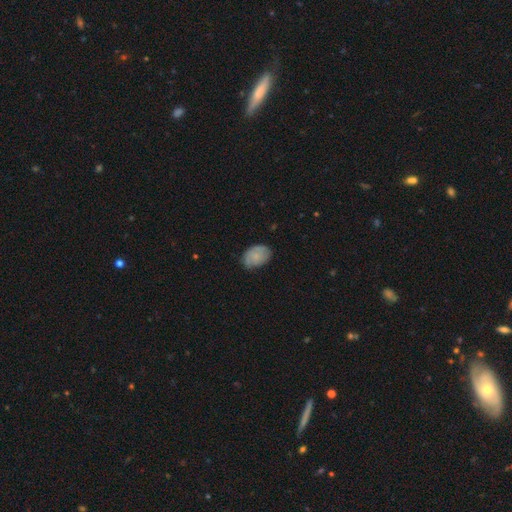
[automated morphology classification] smooth-or-featured: smooth: 72% | featured or disk: 20% | star or artifact: 8%
  how-rounded: in between: 82% | round: 17% | cigar-shaped: 1%
  merging: none: 70% | minor disturbance: 24% | major disturbance: 4% | merger: 1%